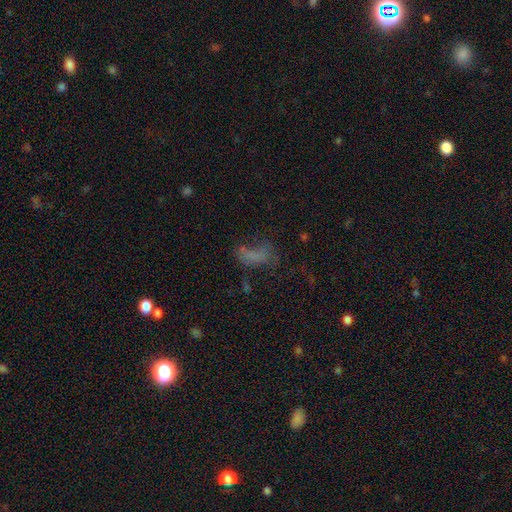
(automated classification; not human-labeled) Smooth or featured? smooth (56%)
How rounded? in between (82%)
Merging? major disturbance (36%)